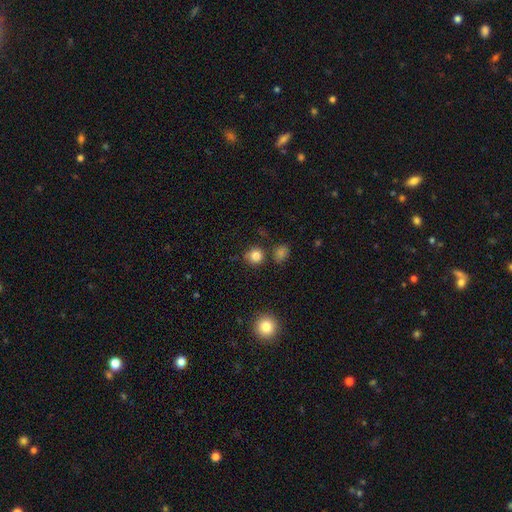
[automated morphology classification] Q: Smooth or featured?
A: smooth (83%); runner-up: star or artifact (12%)
Q: How rounded?
A: round (90%); runner-up: in between (9%)
Q: Merging?
A: none (78%); runner-up: minor disturbance (12%)